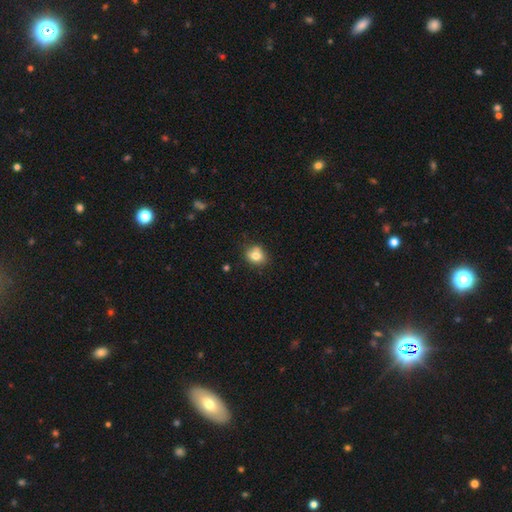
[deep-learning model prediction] This appears to be a smooth galaxy with no disk features (78%) that is round (63%). Merging: none (71%).